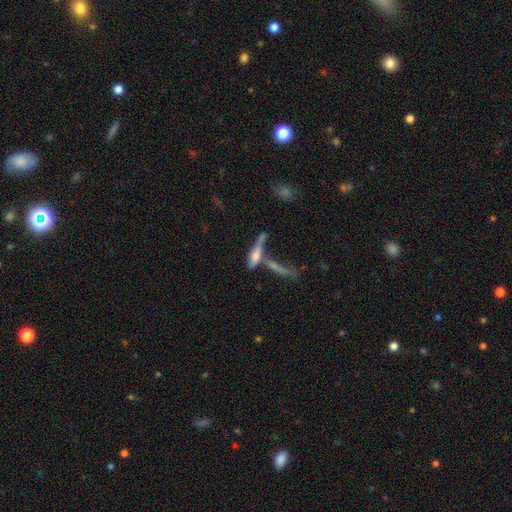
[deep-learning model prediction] Q: Smooth or featured?
A: smooth (51%); runner-up: featured or disk (39%)
Q: How rounded?
A: cigar-shaped (65%); runner-up: in between (32%)
Q: Merging?
A: merger (44%); runner-up: none (31%)